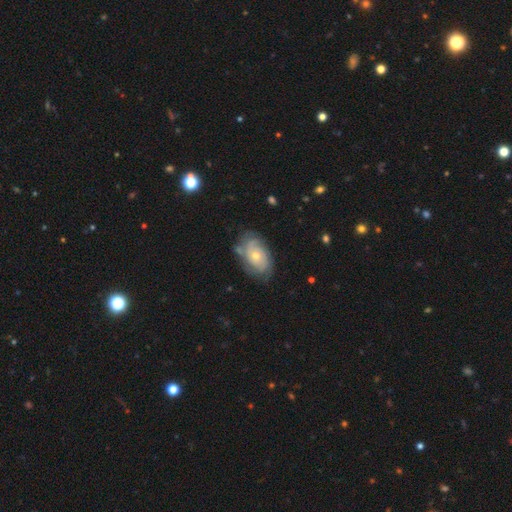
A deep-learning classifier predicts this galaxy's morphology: smooth-or-featured: featured or disk: 62% | smooth: 31% | star or artifact: 6%
  disk-edge-on: no: 95% | yes: 5%
    bar: no: 83% | weak: 14% | strong: 2%
    has-spiral-arms: yes: 78% | no: 22%
    bulge-size: small: 54% | moderate: 42% | large: 2% | none: 1% | dominant: 1%
  merging: none: 65% | minor disturbance: 23% | major disturbance: 8% | merger: 3%